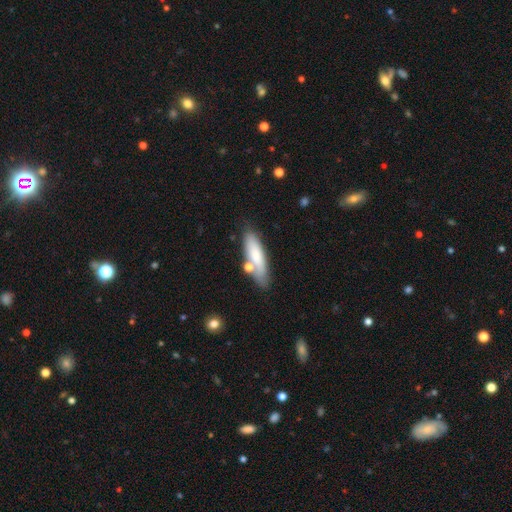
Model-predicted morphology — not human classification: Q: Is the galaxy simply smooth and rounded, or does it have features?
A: smooth — 74%.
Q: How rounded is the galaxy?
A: cigar-shaped — 57%.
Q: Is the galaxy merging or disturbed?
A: none — 68%.